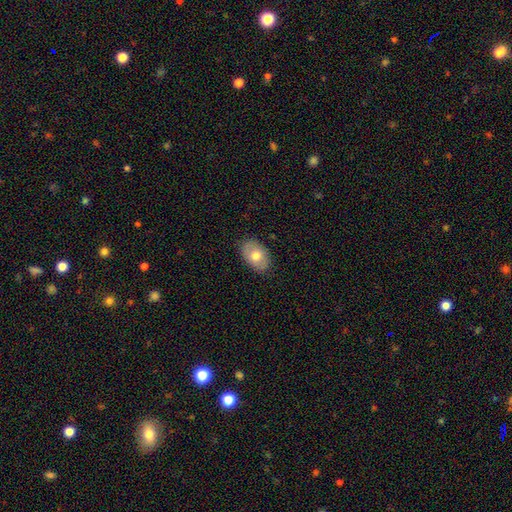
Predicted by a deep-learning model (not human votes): Smooth or featured: smooth — 71% (featured or disk — 22%)
How rounded: in between — 87% (round — 12%)
Merging: none — 85% (minor disturbance — 11%)